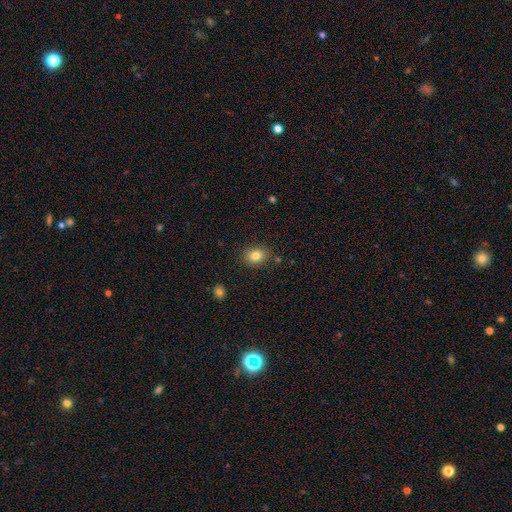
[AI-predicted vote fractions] A smooth galaxy with no disk features (82%) that is round (53%). Merging: none (84%).